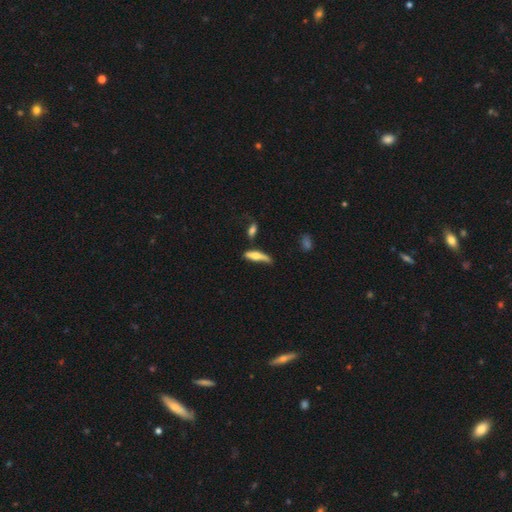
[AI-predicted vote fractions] smooth-or-featured: smooth: 57% | featured or disk: 36% | star or artifact: 7%
  how-rounded: cigar-shaped: 68% | in between: 30% | round: 2%
  merging: none: 40% | minor disturbance: 32% | major disturbance: 18% | merger: 10%